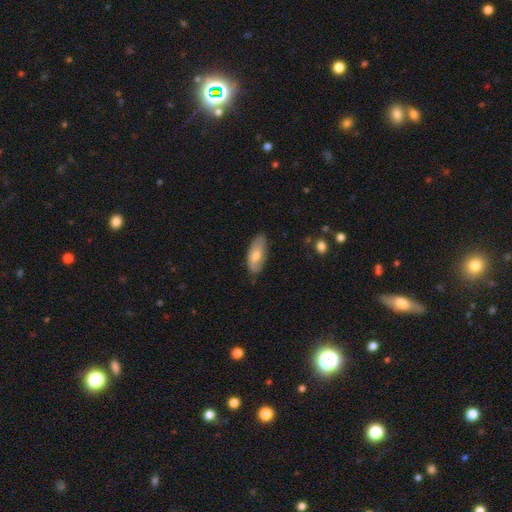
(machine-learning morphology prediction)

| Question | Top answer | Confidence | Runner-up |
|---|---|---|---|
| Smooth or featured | smooth | 66% | featured or disk (28%) |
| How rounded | in between | 83% | cigar-shaped (15%) |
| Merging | none | 76% | minor disturbance (19%) |